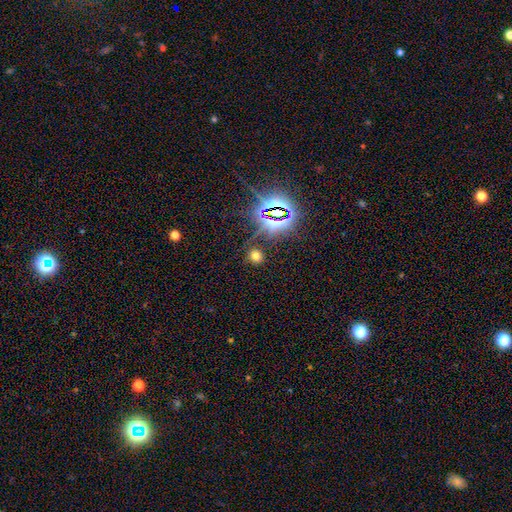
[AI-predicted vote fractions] smooth-or-featured: smooth: 58% | star or artifact: 35% | featured or disk: 7%
  how-rounded: round: 79% | in between: 19% | cigar-shaped: 1%
  merging: none: 84% | minor disturbance: 9% | major disturbance: 4% | merger: 3%